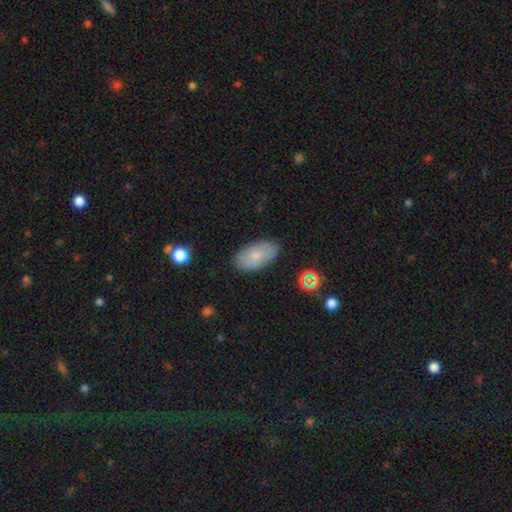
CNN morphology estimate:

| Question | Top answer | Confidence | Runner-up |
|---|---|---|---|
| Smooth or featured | smooth | 74% | featured or disk (18%) |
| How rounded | in between | 94% | round (4%) |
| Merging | none | 82% | minor disturbance (13%) |